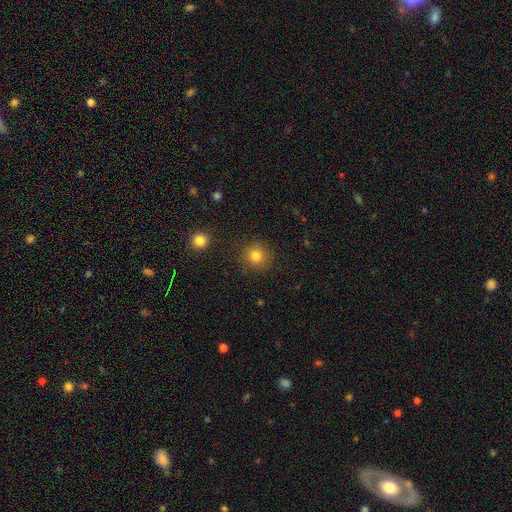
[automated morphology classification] The model was most divided on "smooth or featured": smooth: 81%, star or artifact: 13%, featured or disk: 6%. More confident: how rounded — round (92%); merging — none (88%).